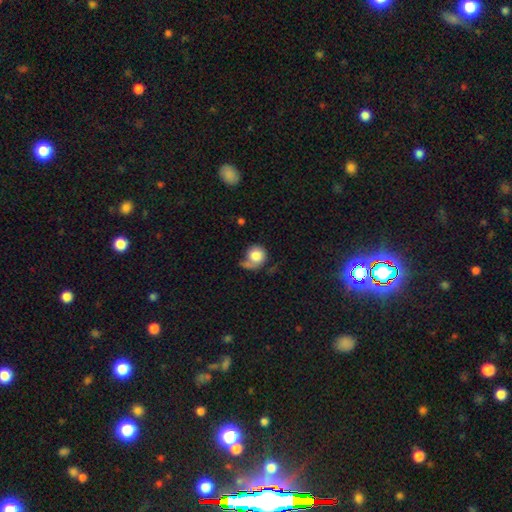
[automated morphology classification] Smooth or featured: smooth — 76% (featured or disk — 17%)
How rounded: round — 82% (in between — 17%)
Merging: none — 38% (major disturbance — 26%)